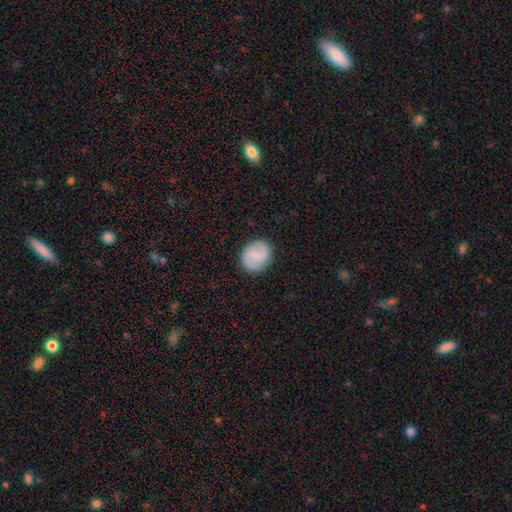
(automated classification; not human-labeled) Q: Smooth or featured?
A: smooth (67%); runner-up: featured or disk (26%)
Q: How rounded?
A: round (74%); runner-up: in between (25%)
Q: Merging?
A: none (87%); runner-up: minor disturbance (9%)